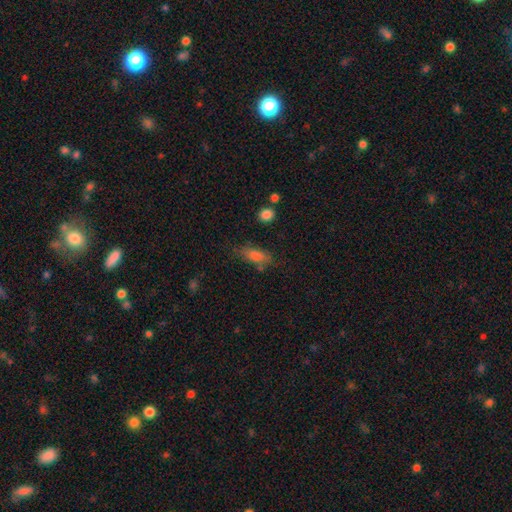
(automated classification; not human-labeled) Smooth or featured? Predicted: smooth (p=0.74). How rounded? Predicted: in between (p=0.69). Merging? Predicted: none (p=0.67).